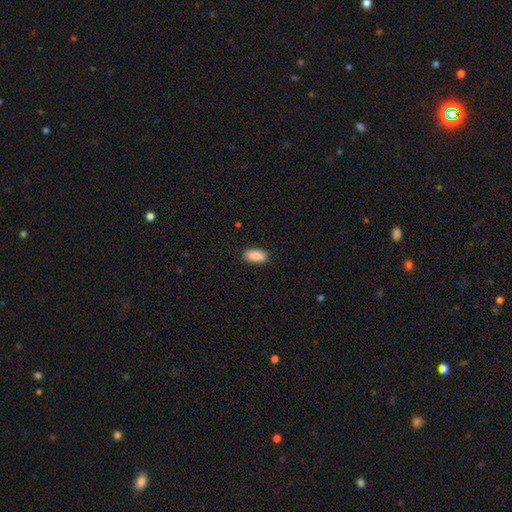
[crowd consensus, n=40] Smooth or featured?
  - smooth: 95% *
  - star or artifact: 5%
  - featured or disk: 0%
How rounded?
  - in between: 82% *
  - cigar-shaped: 16%
  - round: 3%
Merging?
  - none: 89% *
  - minor disturbance: 8%
  - merger: 3%
  - major disturbance: 0%